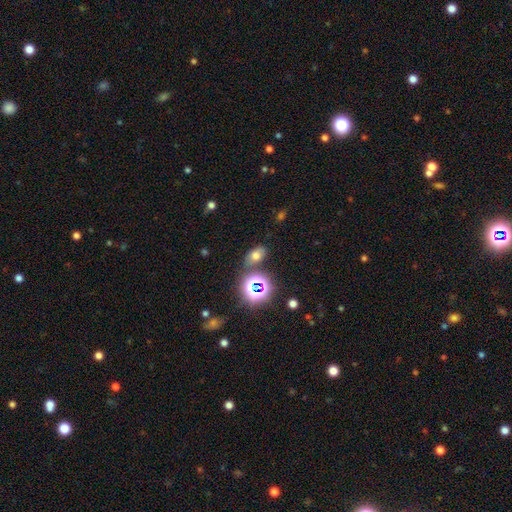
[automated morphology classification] Smooth or featured? smooth (63%)
How rounded? in between (82%)
Merging? none (74%)